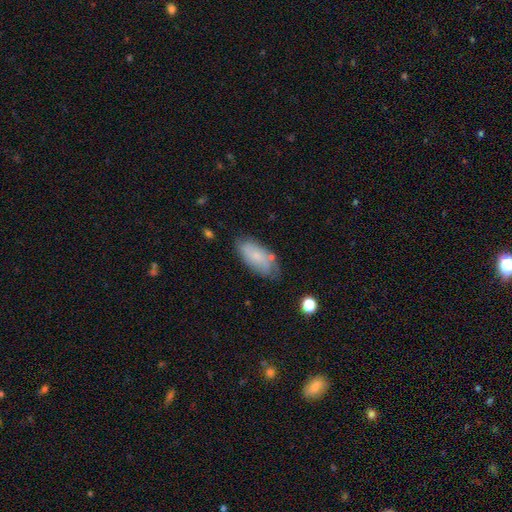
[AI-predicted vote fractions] smooth-or-featured: smooth: 68% | featured or disk: 25% | star or artifact: 7%
  how-rounded: in between: 90% | cigar-shaped: 8% | round: 2%
  merging: none: 66% | minor disturbance: 23% | major disturbance: 6% | merger: 5%